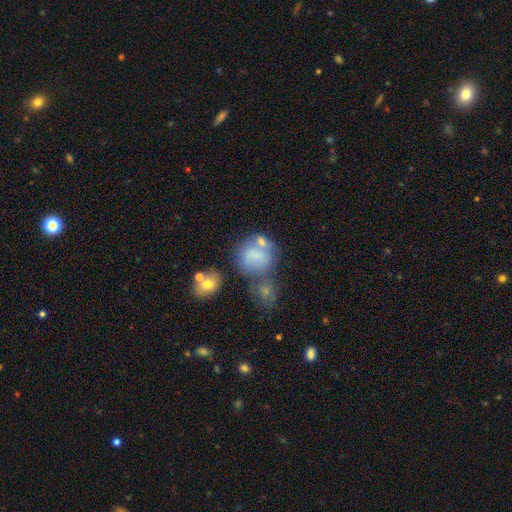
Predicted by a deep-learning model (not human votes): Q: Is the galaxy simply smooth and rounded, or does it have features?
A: smooth — 69%.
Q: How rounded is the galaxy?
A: round — 73%.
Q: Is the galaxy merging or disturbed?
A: none — 37%.